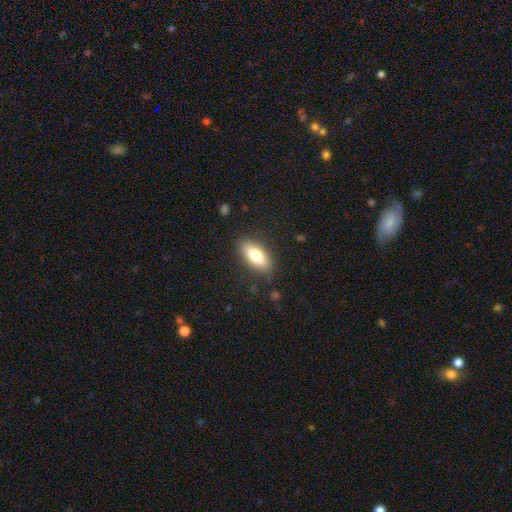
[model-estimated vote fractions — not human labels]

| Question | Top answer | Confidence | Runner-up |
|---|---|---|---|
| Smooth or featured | smooth | 75% | featured or disk (18%) |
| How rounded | in between | 83% | cigar-shaped (13%) |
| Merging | none | 85% | minor disturbance (11%) |